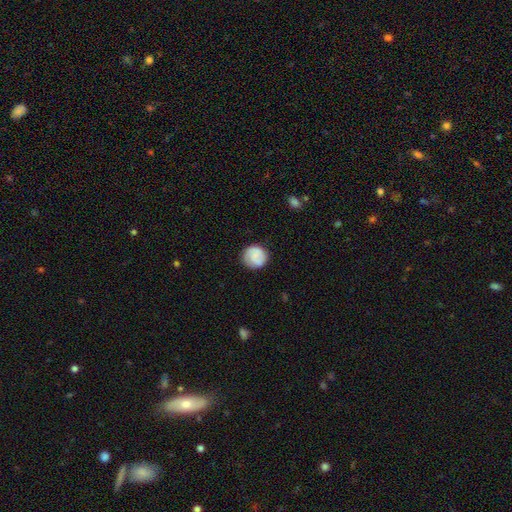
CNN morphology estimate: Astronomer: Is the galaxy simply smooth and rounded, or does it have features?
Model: smooth — 73%.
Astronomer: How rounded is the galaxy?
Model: round — 90%.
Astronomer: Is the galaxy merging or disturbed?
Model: none — 83%.